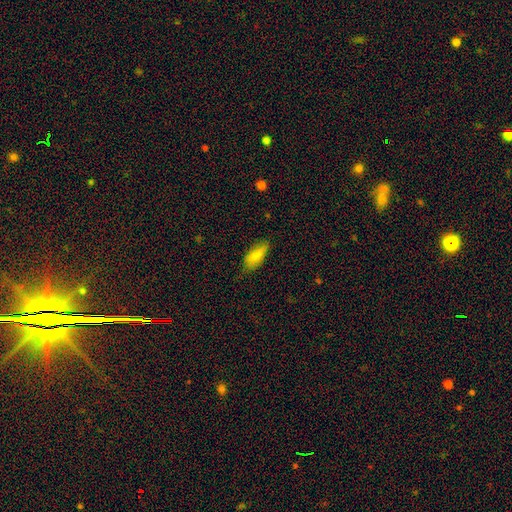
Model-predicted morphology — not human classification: Smooth or featured: smooth — 75% (featured or disk — 18%)
How rounded: in between — 79% (cigar-shaped — 18%)
Merging: none — 72% (minor disturbance — 23%)